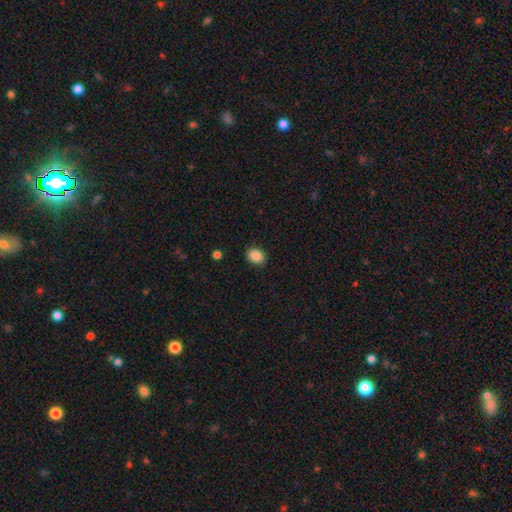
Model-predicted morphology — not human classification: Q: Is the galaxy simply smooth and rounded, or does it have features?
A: smooth — 87%.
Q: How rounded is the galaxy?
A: in between — 51%.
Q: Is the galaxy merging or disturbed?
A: none — 89%.